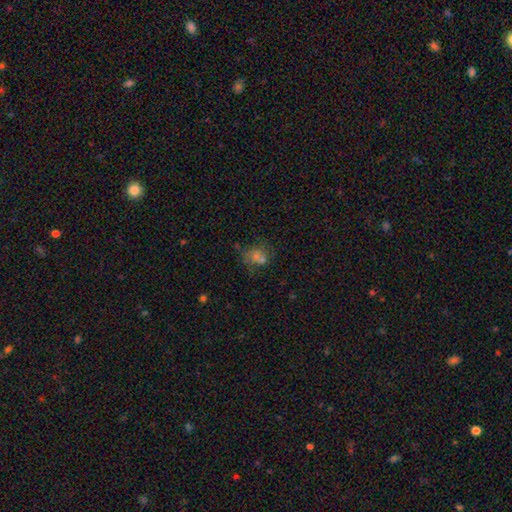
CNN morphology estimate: Overall: smooth (44%; star or artifact 34%). Merging: none (55%; minor disturbance 18%).